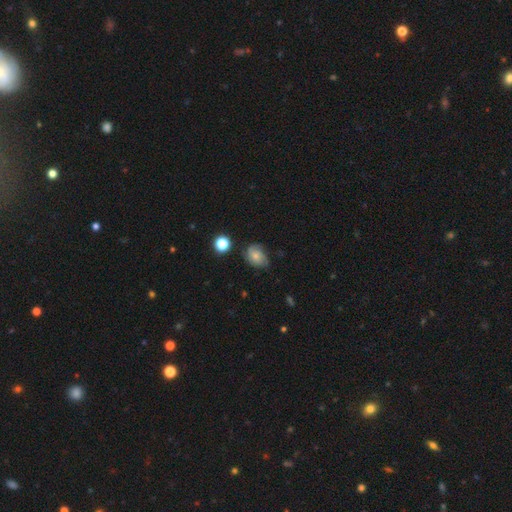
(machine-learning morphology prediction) This is possibly a smooth galaxy (51%). How rounded: likely in between (61%). Merging: likely none (63%).